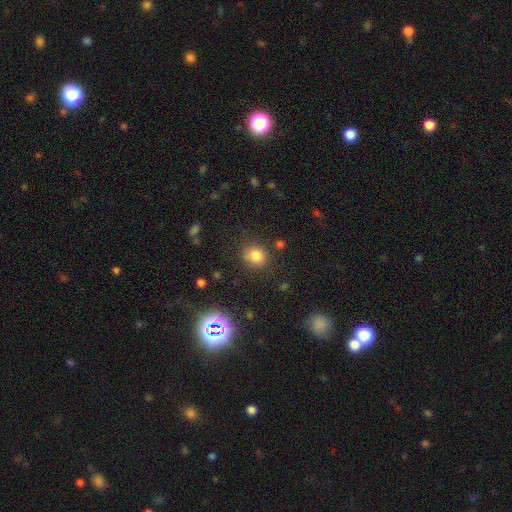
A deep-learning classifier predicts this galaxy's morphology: smooth 80%, star or artifact 14%, featured or disk 6%. Down the decision tree: how rounded — round (74%); merging — none (81%).